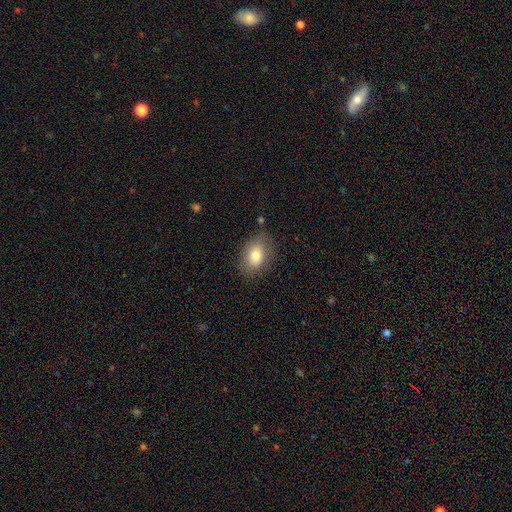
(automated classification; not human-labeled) A smooth galaxy with no disk features (77%) that is in between round and cigar-shaped (75%). Merging: none (77%).